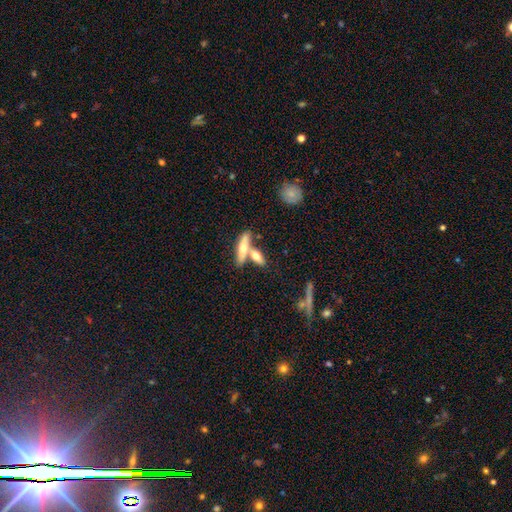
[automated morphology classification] type=smooth (60%); roundness=cigar-shaped (48%); merging=none (45%).